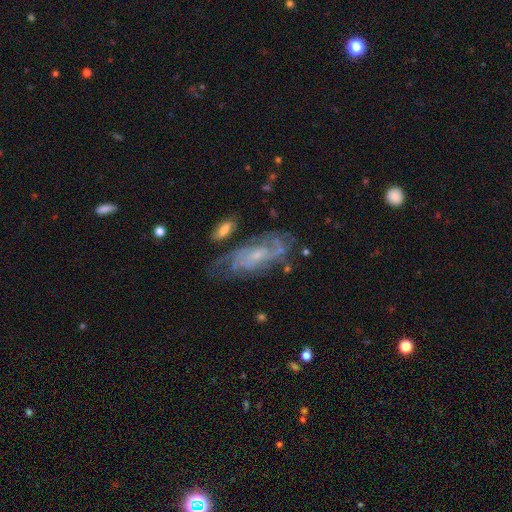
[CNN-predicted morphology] This appears to be a featured or disk galaxy (73%) with no bar (66%), tight (49%) spiral arms (80%) and a small central bulge (70%). Merging: none (57%).